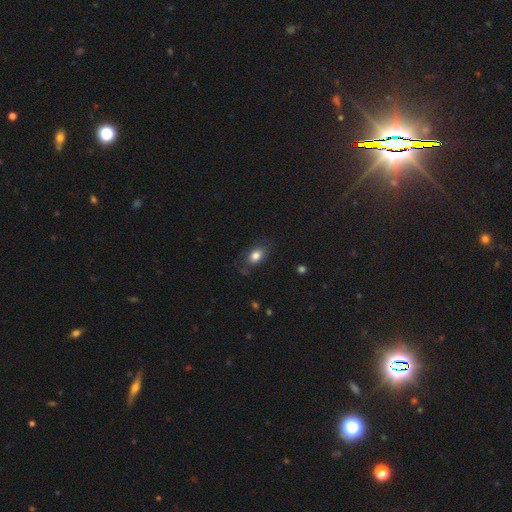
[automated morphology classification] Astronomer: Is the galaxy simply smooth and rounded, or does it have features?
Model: smooth — 81%.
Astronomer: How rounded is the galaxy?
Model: in between — 83%.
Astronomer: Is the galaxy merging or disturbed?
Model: none — 72%.